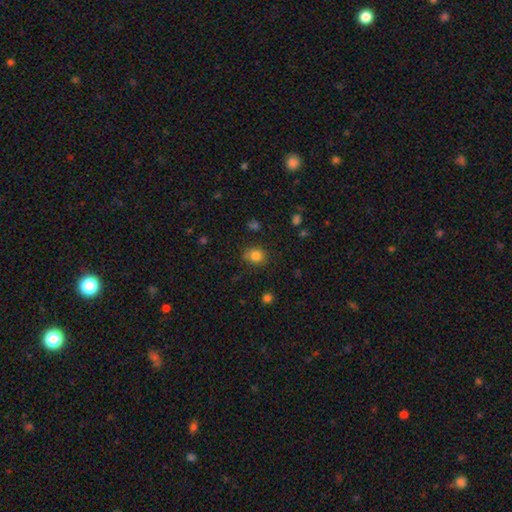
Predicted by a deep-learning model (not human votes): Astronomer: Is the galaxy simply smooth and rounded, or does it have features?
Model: smooth — 82%.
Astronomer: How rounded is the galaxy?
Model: round — 66%.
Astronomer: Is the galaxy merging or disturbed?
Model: none — 77%.